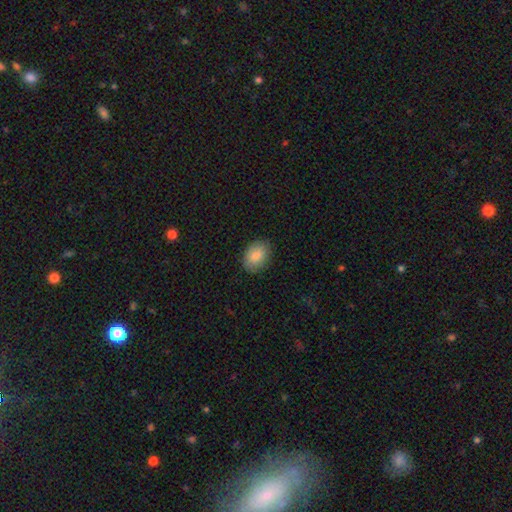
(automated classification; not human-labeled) Smooth or featured: smooth — 85% (featured or disk — 8%)
How rounded: in between — 76% (round — 23%)
Merging: none — 85% (minor disturbance — 11%)